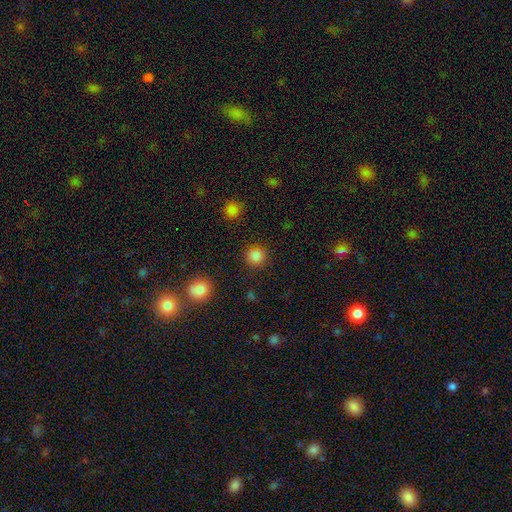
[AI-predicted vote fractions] The model was most divided on "smooth or featured": smooth: 85%, star or artifact: 11%, featured or disk: 3%. More confident: how rounded — round (93%); merging — none (89%).